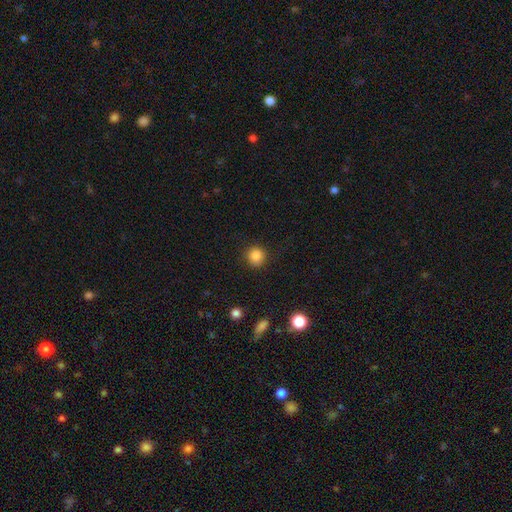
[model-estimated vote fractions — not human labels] The model was most divided on "smooth or featured": smooth: 85%, star or artifact: 11%, featured or disk: 4%. More confident: how rounded — round (91%); merging — none (89%).